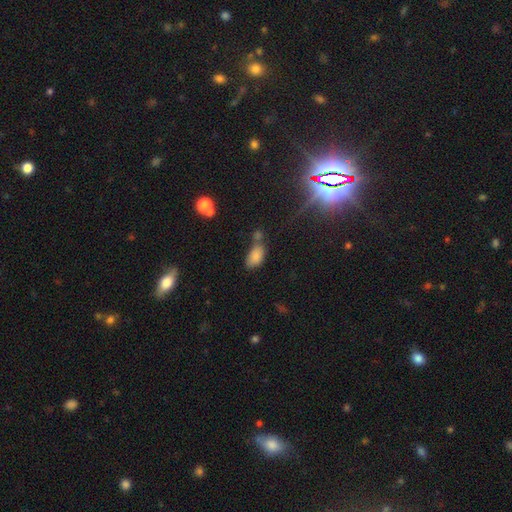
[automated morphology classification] The model was most divided on "merging": none: 45%, merger: 28%, minor disturbance: 20%, major disturbance: 7%. More confident: how rounded — in between (93%); smooth or featured — smooth (81%).